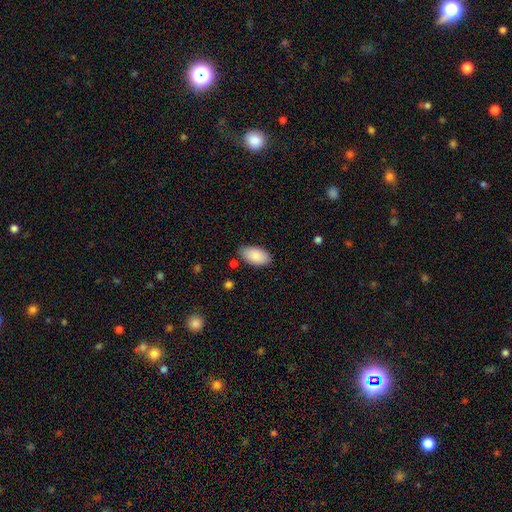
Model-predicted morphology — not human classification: The model was most divided on "merging": none: 81%, minor disturbance: 14%, major disturbance: 3%, merger: 2%. More confident: how rounded — in between (95%); smooth or featured — smooth (87%).